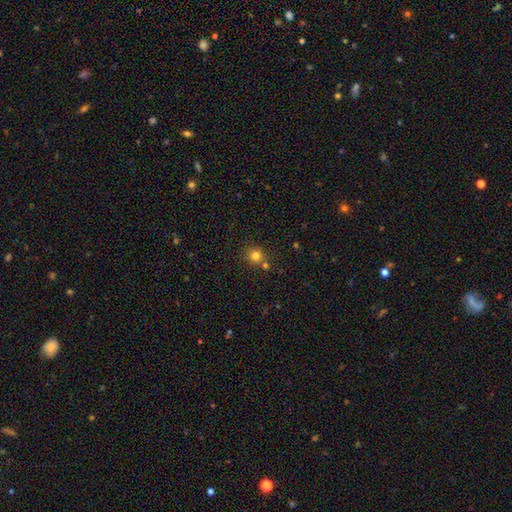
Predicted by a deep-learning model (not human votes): smooth_or_featured: smooth (p=0.78) [alt: star or artifact p=0.15]
how_rounded: round (p=0.90) [alt: in between p=0.09]
merging: none (p=0.72) [alt: merger p=0.16]